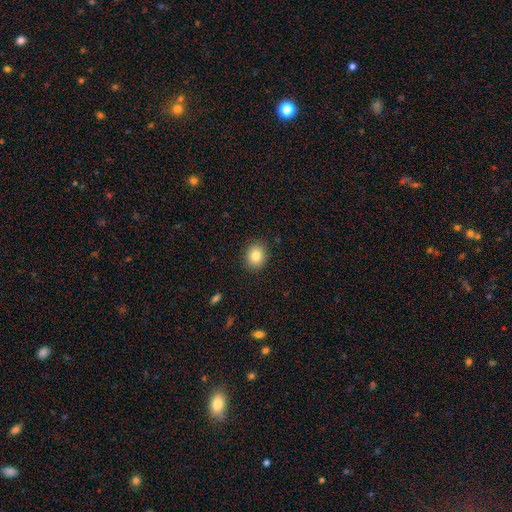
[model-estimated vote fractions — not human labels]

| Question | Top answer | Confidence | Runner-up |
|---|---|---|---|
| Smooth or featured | smooth | 83% | star or artifact (9%) |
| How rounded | round | 63% | in between (36%) |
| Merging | none | 89% | minor disturbance (8%) |